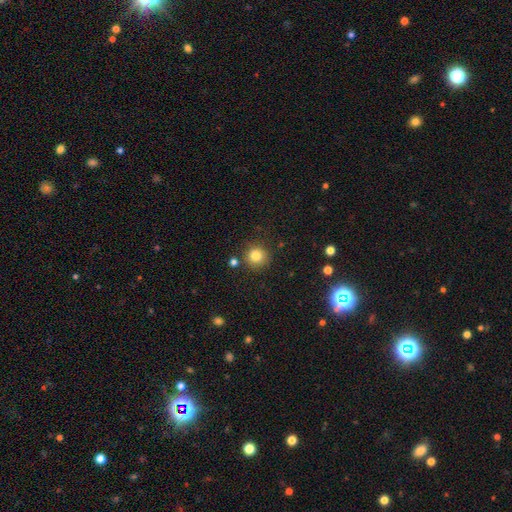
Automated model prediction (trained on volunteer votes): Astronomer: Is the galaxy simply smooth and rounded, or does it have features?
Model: smooth — 84%.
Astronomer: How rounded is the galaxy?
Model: round — 92%.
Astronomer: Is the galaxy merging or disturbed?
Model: none — 83%.